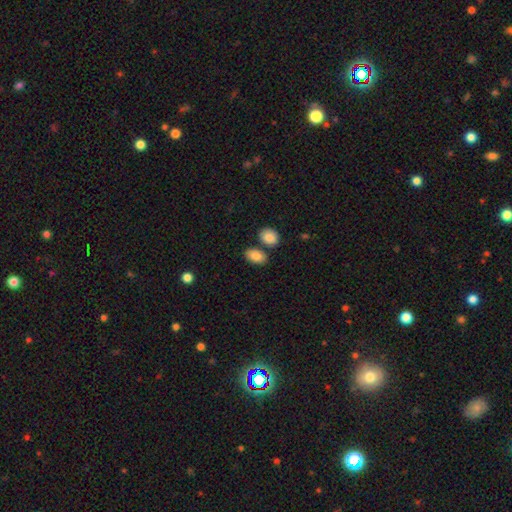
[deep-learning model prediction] Overall: smooth (84%). How rounded: in between (88%). Merging: none (71%).